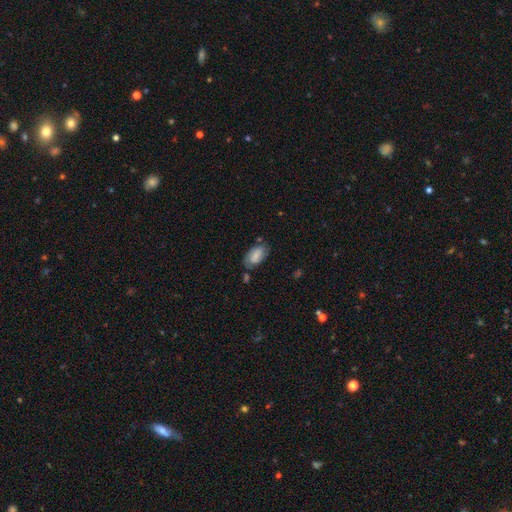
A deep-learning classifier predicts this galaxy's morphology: Q: Smooth or featured?
A: smooth (55%); runner-up: featured or disk (36%)
Q: How rounded?
A: in between (92%); runner-up: round (4%)
Q: Merging?
A: none (61%); runner-up: minor disturbance (23%)